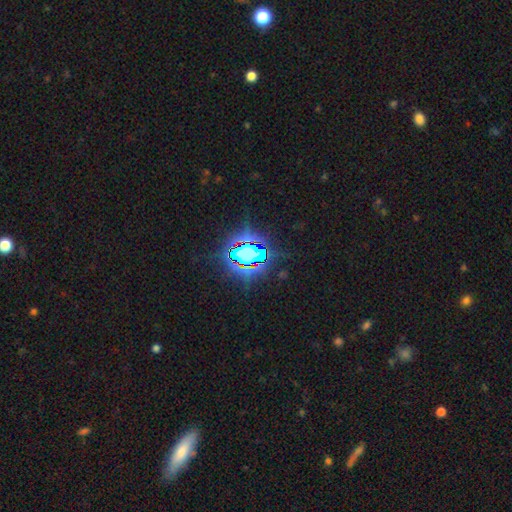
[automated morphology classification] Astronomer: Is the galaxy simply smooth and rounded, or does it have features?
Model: star or artifact — 79%.